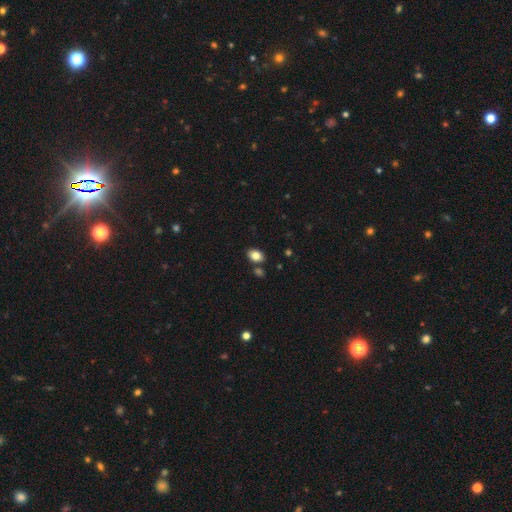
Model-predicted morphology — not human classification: Smooth or featured? Predicted: smooth (p=0.83). How rounded? Predicted: in between (p=0.81). Merging? Predicted: none (p=0.80).